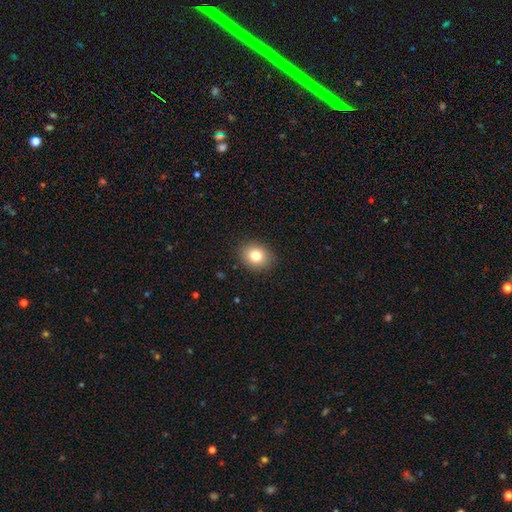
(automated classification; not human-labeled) Q: Smooth or featured?
A: smooth (81%); runner-up: star or artifact (10%)
Q: How rounded?
A: round (54%); runner-up: in between (45%)
Q: Merging?
A: none (89%); runner-up: minor disturbance (8%)